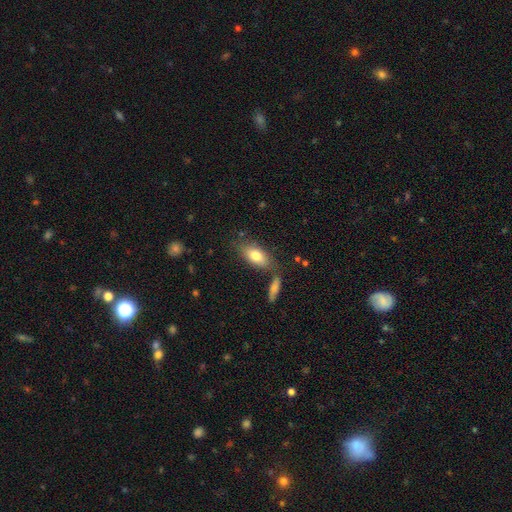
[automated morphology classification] Smooth or featured? smooth (76%)
How rounded? in between (86%)
Merging? none (69%)